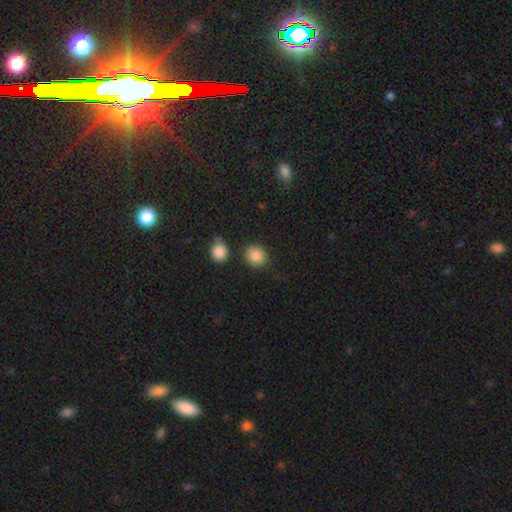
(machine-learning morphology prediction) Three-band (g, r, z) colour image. It shows a smooth galaxy with no disk features (87%) that is round (80%). Merging: none (83%).